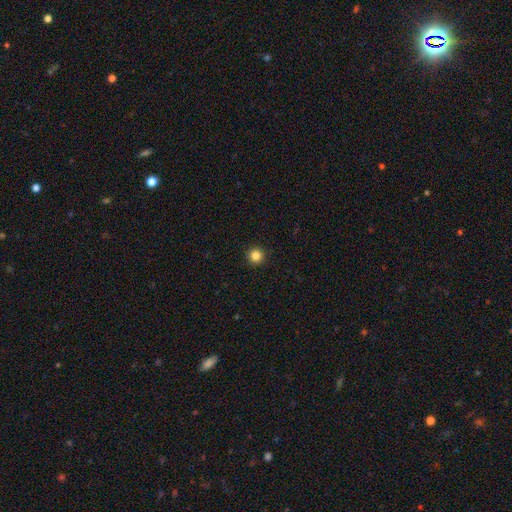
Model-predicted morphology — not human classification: This appears to be a smooth galaxy with no disk features (84%) that is round (96%). Merging: none (93%).